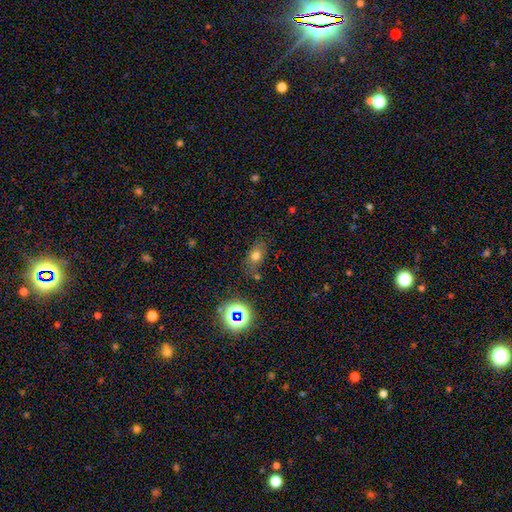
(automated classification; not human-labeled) A smooth galaxy with no disk features (67%) that is in between round and cigar-shaped (68%).

Vote fractions:
- Smooth or featured? smooth: 67% / star or artifact: 21% / featured or disk: 12%
- How rounded? in between: 68% / round: 29% / cigar-shaped: 3%
- Merging? none: 71% / minor disturbance: 17% / merger: 6% / major disturbance: 6%